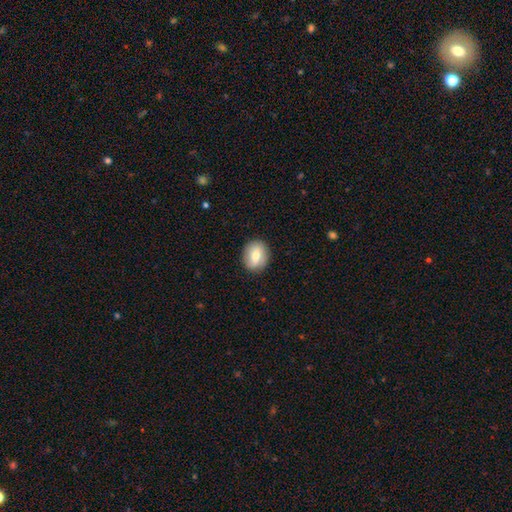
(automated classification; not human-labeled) Overall: smooth (64%; featured or disk 29%). How rounded: round (60%; in between 39%). Merging: none (86%).